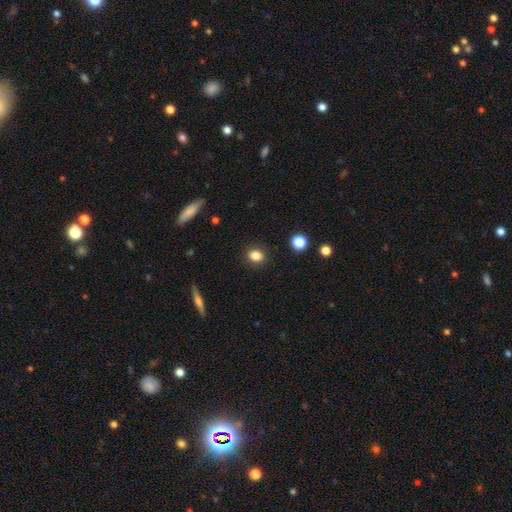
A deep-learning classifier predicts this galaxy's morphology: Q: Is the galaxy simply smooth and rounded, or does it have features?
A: smooth — 85%.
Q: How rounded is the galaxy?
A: in between — 55%.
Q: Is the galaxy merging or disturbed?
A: none — 88%.